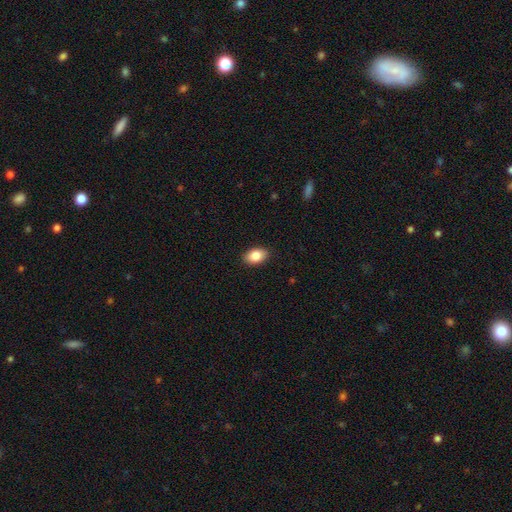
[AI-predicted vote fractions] A smooth galaxy with no disk features (86%) that is in between round and cigar-shaped (88%). Merging: none (89%).